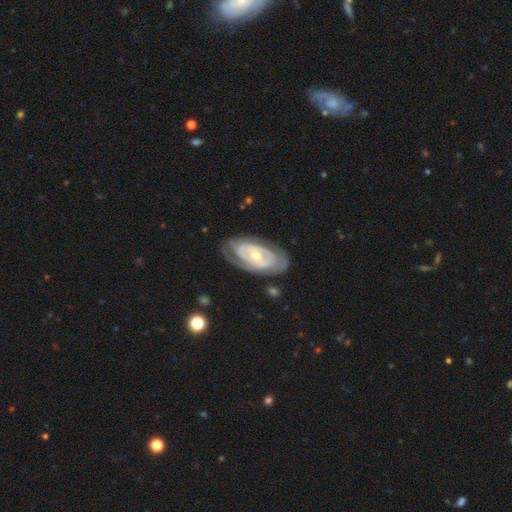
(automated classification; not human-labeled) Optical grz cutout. It shows a featured or disk galaxy (79%) with no bar (61%), spiral arms (68%) and a moderate central bulge (56%). Merging: none (72%).